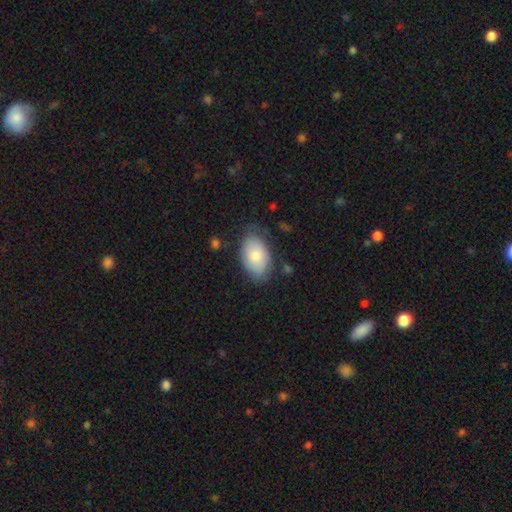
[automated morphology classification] Q: Smooth or featured?
A: smooth (76%); runner-up: featured or disk (18%)
Q: How rounded?
A: in between (92%); runner-up: round (7%)
Q: Merging?
A: none (69%); runner-up: minor disturbance (23%)